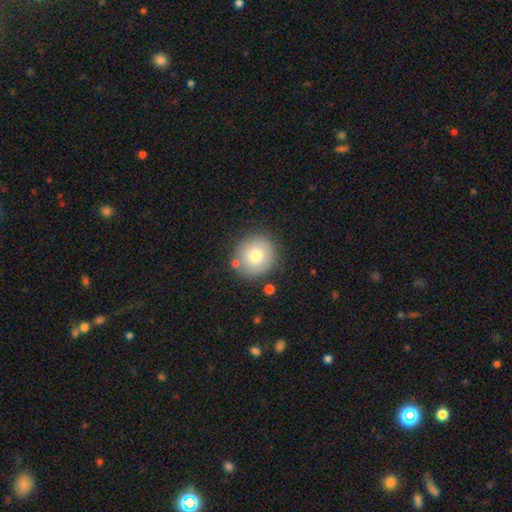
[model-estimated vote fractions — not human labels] Q: Smooth or featured?
A: smooth (75%); runner-up: featured or disk (17%)
Q: How rounded?
A: round (93%); runner-up: in between (6%)
Q: Merging?
A: none (81%); runner-up: minor disturbance (11%)